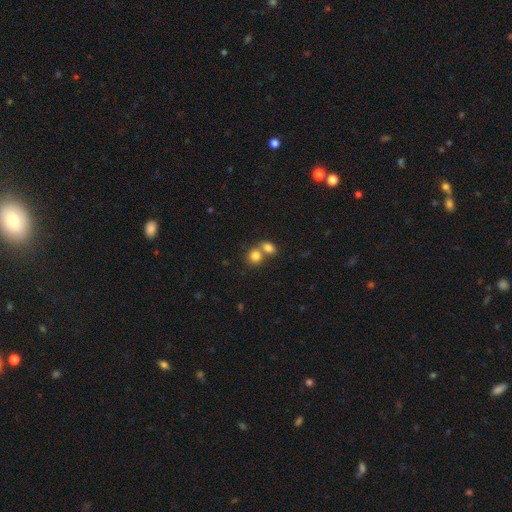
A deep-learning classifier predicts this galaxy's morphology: Smooth or featured?
  - smooth: 81% *
  - star or artifact: 10%
  - featured or disk: 9%
How rounded?
  - round: 69% *
  - in between: 30%
  - cigar-shaped: 1%
Merging?
  - merger: 55% *
  - none: 36%
  - minor disturbance: 6%
  - major disturbance: 3%